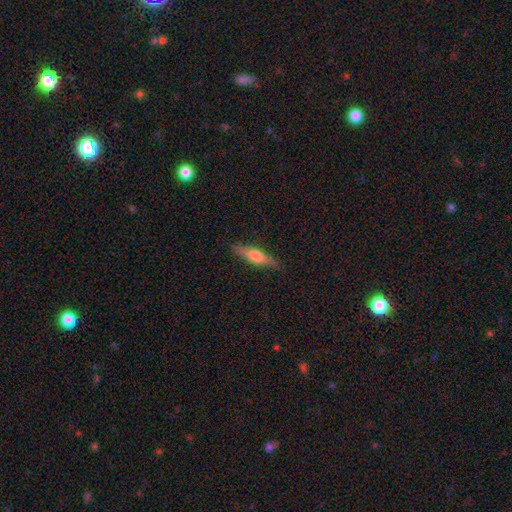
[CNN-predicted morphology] Smooth or featured? smooth (54%)
How rounded? cigar-shaped (66%)
Merging? none (84%)